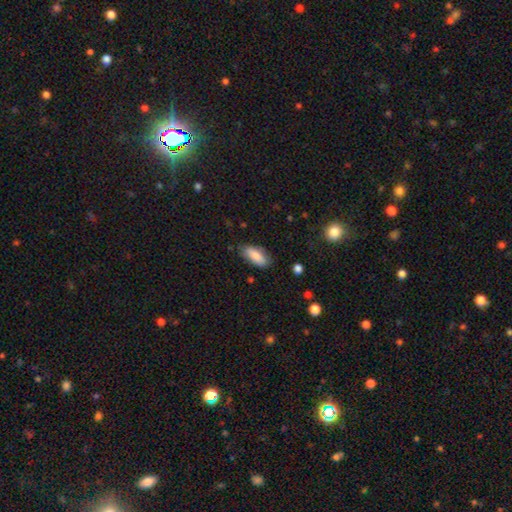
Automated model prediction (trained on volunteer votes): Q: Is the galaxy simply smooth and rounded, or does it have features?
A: smooth — 84%.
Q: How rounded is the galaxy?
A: in between — 83%.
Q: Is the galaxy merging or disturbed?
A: none — 77%.